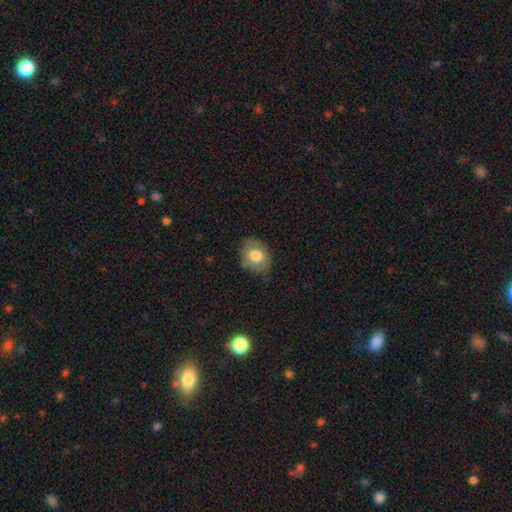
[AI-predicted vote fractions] Overall: smooth (73%). How rounded: in between (63%; round 36%). Merging: none (63%; minor disturbance 28%).